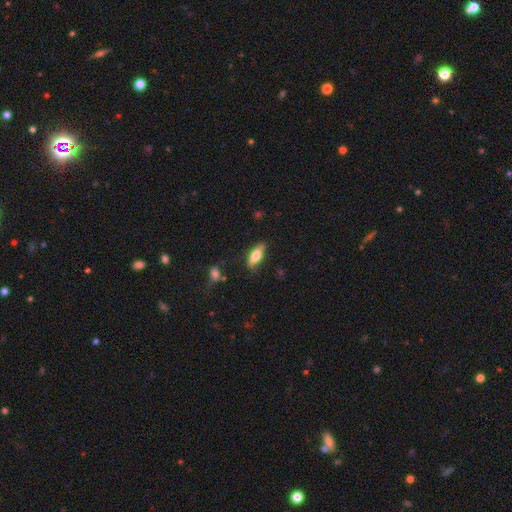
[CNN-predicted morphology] Smooth or featured? smooth (62%)
How rounded? in between (62%)
Merging? none (80%)